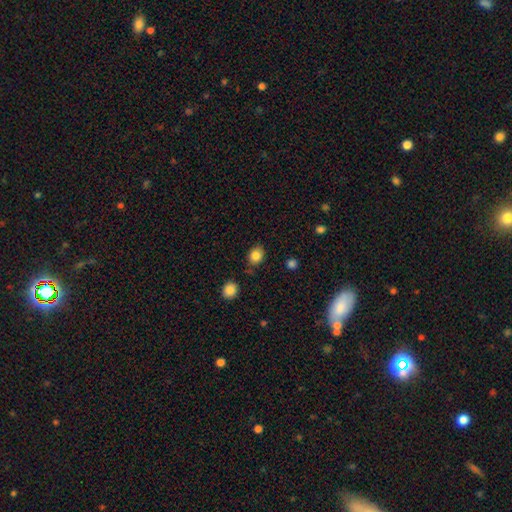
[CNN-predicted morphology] This is clearly a smooth galaxy (85%). How rounded: possibly round (58%). Merging: likely none (80%).